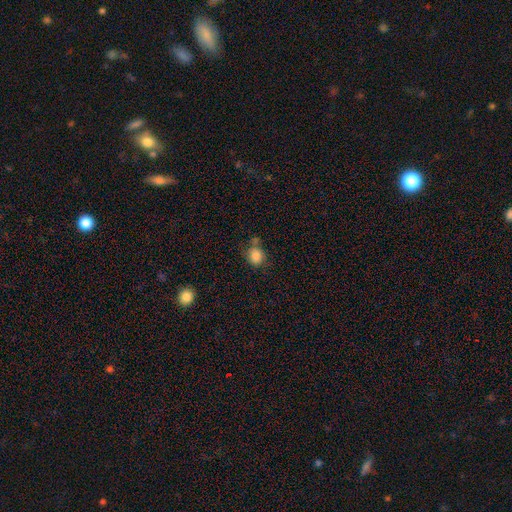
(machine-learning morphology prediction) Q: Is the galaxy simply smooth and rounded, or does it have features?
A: smooth — 84%.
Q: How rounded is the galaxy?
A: round — 65%.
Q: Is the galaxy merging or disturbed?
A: none — 60%.